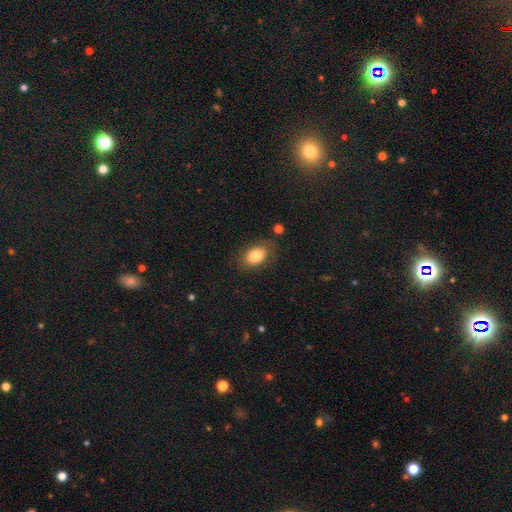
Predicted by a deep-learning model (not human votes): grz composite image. It shows a smooth galaxy with no disk features (81%) that is in between round and cigar-shaped (84%). Merging: none (79%).